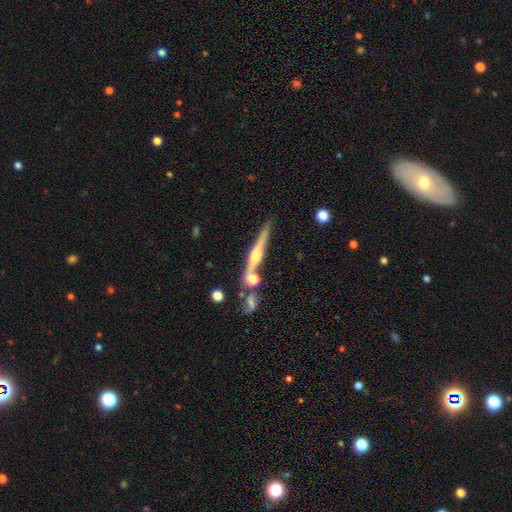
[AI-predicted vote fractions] smooth_or_featured: featured or disk (p=0.70) [alt: smooth p=0.22]
disk_edge_on: yes (p=0.96) [alt: no p=0.04]
edge_on_bulge: rounded (p=0.83) [alt: boxy p=0.09]
merging: none (p=0.70) [alt: merger p=0.14]